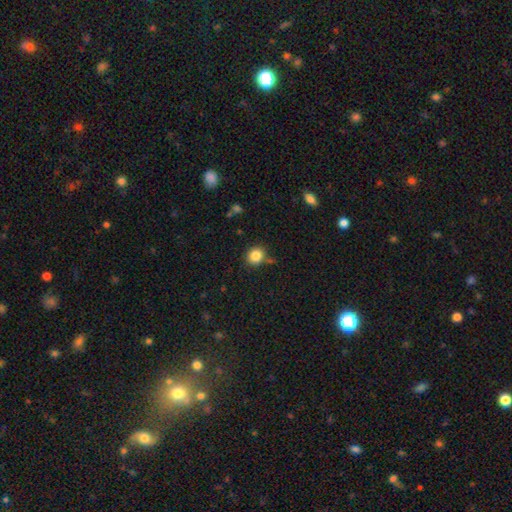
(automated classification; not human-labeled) Morphology: type=smooth (85%); roundness=round (83%); merging=none (79%).